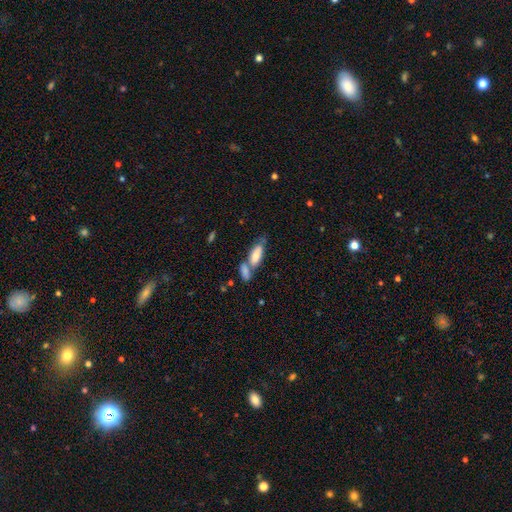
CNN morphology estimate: The model was most divided on "merging": merger: 44%, none: 37%, minor disturbance: 13%, major disturbance: 6%. More confident: how rounded — in between (73%); smooth or featured — smooth (72%).